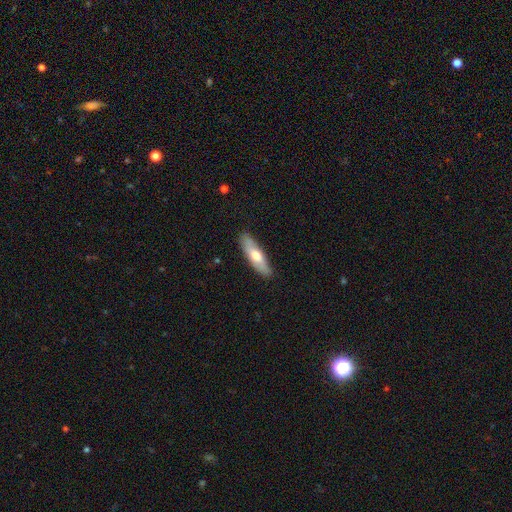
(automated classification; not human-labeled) This appears to be a smooth galaxy with no disk features (62%) that is cigar-shaped (57%). Merging: none (87%).